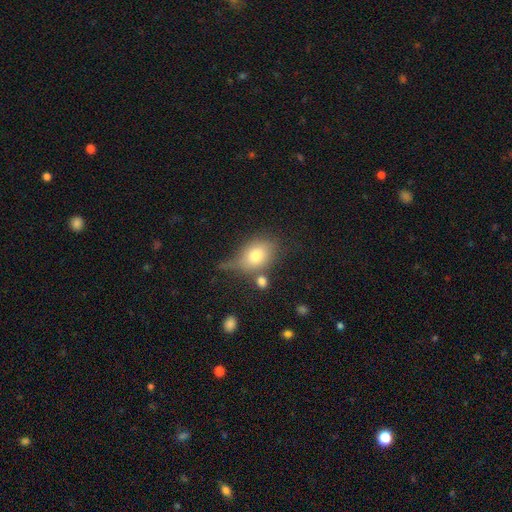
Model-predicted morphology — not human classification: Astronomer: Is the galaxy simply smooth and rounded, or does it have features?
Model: smooth — 73%.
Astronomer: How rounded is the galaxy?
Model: in between — 71%.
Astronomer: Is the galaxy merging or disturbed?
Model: none — 45% (runner-up: minor disturbance, 28%).